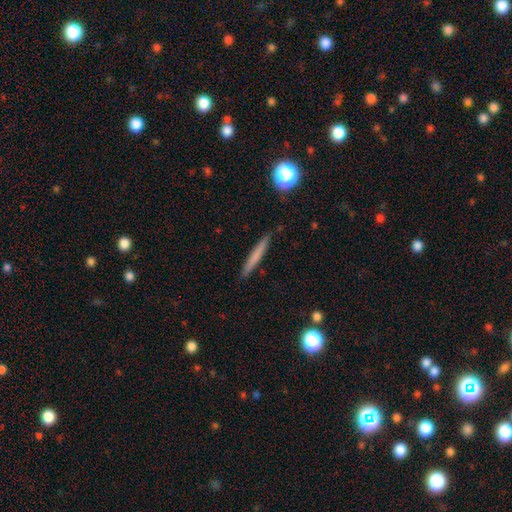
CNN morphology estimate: The model was most divided on "smooth or featured": smooth: 66%, featured or disk: 27%, star or artifact: 7%. More confident: how rounded — cigar-shaped (95%); merging — none (90%).